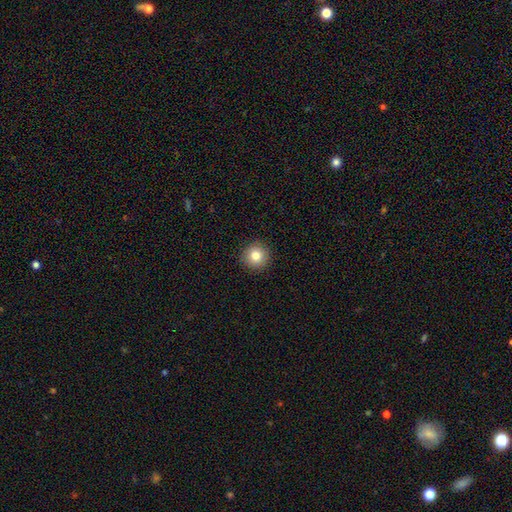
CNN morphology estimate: Smooth or featured? smooth (81%)
How rounded? round (95%)
Merging? none (92%)